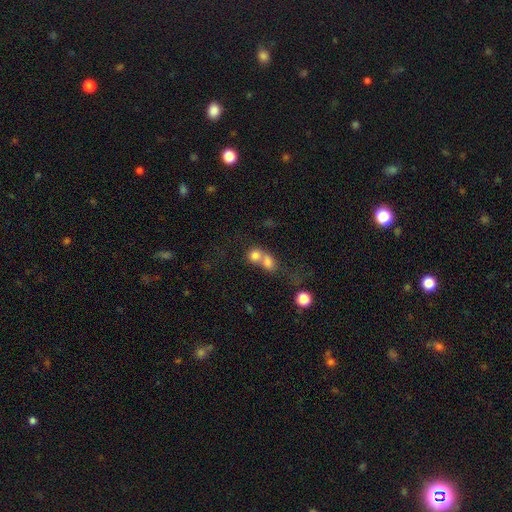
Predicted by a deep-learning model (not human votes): Smooth or featured: smooth — 75% (featured or disk — 14%)
How rounded: round — 71% (in between — 28%)
Merging: merger — 69% (none — 22%)